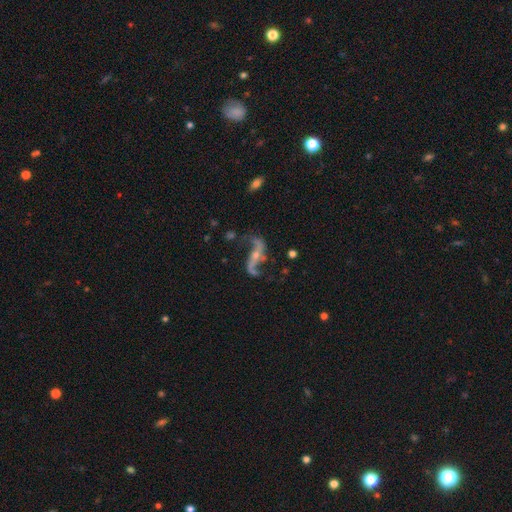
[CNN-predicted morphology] A featured or disk galaxy (89%) with no bar (50%), 2 (93%) loose (89%) spiral arms (95%) and a small central bulge (58%).

Vote fractions:
- Smooth or featured? featured or disk: 89% / star or artifact: 6% / smooth: 5%
- Edge-on disk? no: 94% / yes: 6%
- Bar? no: 50% / weak: 27% / strong: 23%
- Spiral arms? yes: 95% / no: 5%
- Spiral winding? loose: 89% / medium: 8% / tight: 3%
- Spiral arm count? 2: 93% / 1: 2% / can't tell: 2% / 3: 1% / 4: 1% / more than 4: 1%
- Bulge size? small: 58% / moderate: 35% / none: 4% / large: 2% / dominant: 1%
- Merging? none: 66% / minor disturbance: 17% / major disturbance: 12% / merger: 4%